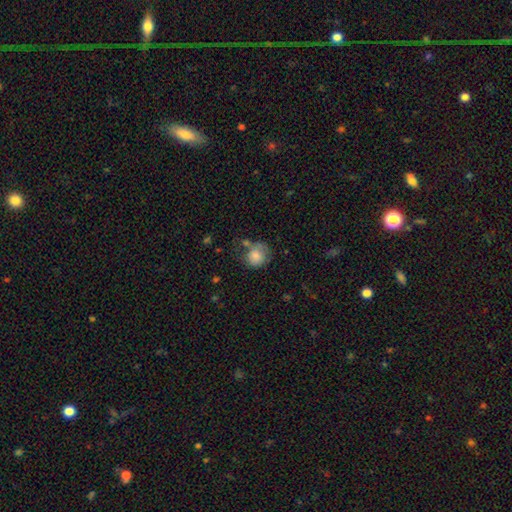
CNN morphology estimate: type=smooth (78%); roundness=round (75%); merging=none (43%).